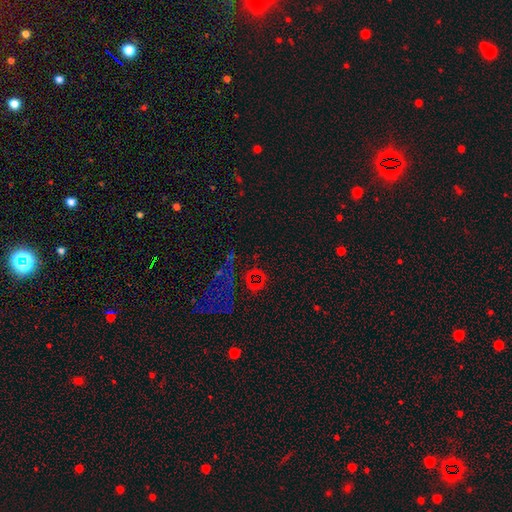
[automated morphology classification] Overall: star or artifact (74%).